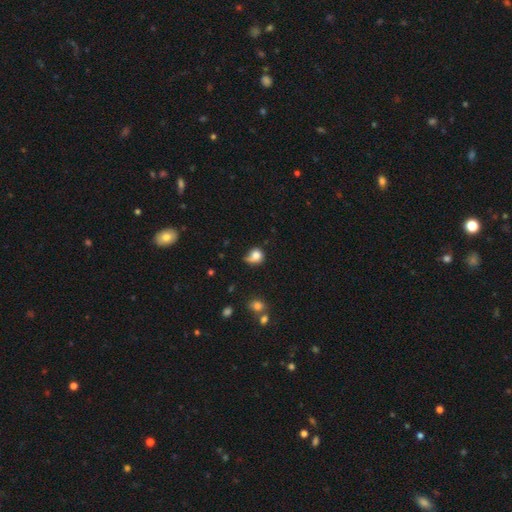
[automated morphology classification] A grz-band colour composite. It shows a smooth galaxy with no disk features (76%) that is round (73%). Merging: none (37%).